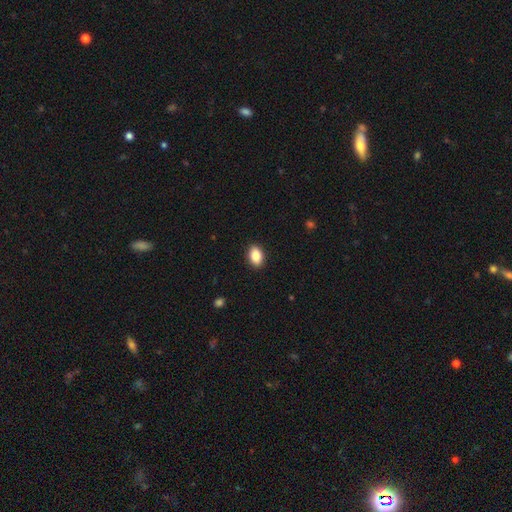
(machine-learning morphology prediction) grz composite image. It shows a smooth galaxy with no disk features (87%) that is in between round and cigar-shaped (86%). Merging: none (90%).